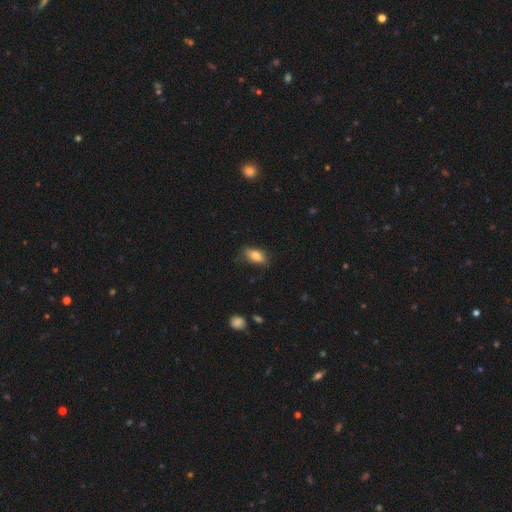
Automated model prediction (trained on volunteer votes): Smooth or featured?
  - smooth: 79% *
  - featured or disk: 13%
  - star or artifact: 8%
How rounded?
  - in between: 84% *
  - cigar-shaped: 11%
  - round: 5%
Merging?
  - none: 77% *
  - minor disturbance: 18%
  - major disturbance: 3%
  - merger: 1%